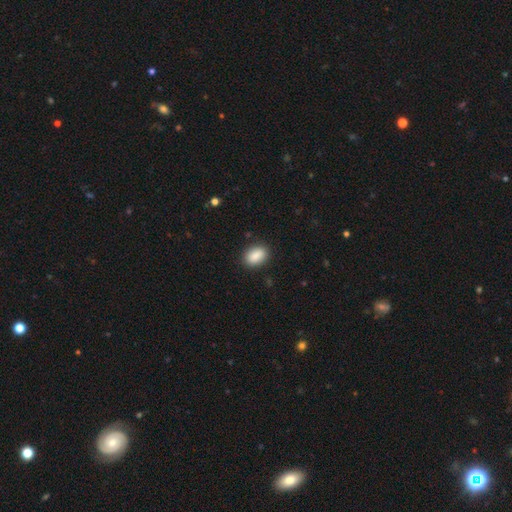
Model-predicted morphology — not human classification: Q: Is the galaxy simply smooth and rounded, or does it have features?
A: smooth — 89%.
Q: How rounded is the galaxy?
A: in between — 87%.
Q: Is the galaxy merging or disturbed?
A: none — 88%.